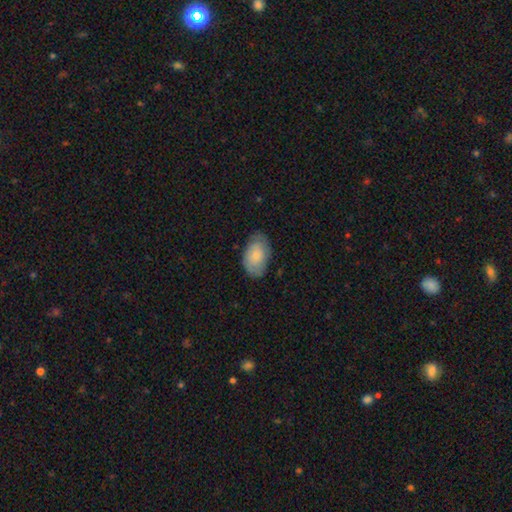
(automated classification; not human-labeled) smooth 77%, featured or disk 17%, star or artifact 6%. Down the decision tree: how rounded — in between (92%); merging — none (73%).